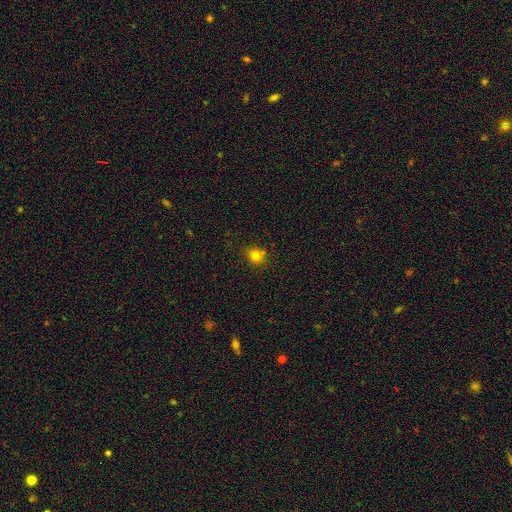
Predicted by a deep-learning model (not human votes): This appears to be a smooth galaxy with no disk features (78%) that is round (70%). Merging: none (77%).